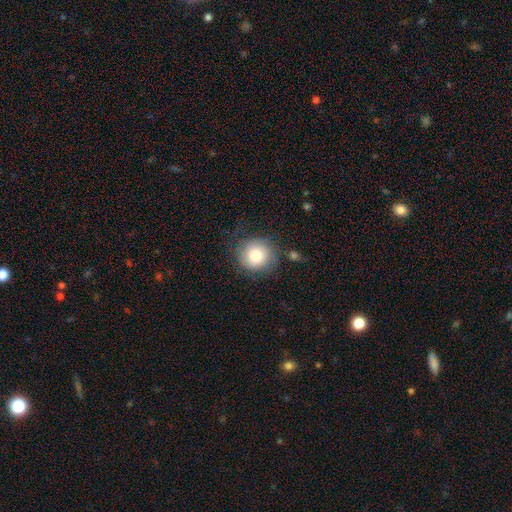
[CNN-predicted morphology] The model was most divided on "merging": none: 73%, minor disturbance: 17%, major disturbance: 7%, merger: 3%. More confident: how rounded — round (91%); smooth or featured — smooth (78%).